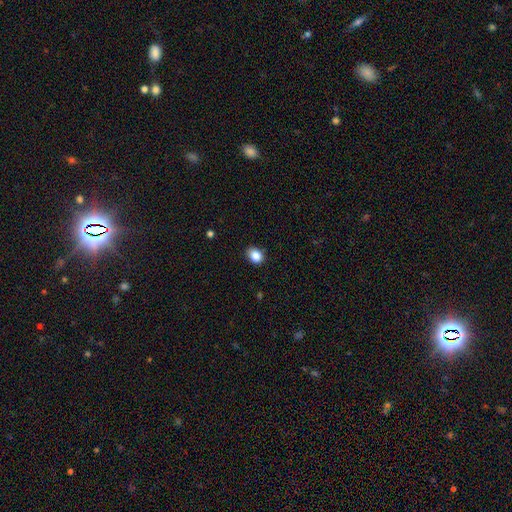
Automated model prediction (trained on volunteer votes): Smooth or featured? Predicted: smooth (p=0.87). How rounded? Predicted: in between (p=0.63). Merging? Predicted: none (p=0.85).